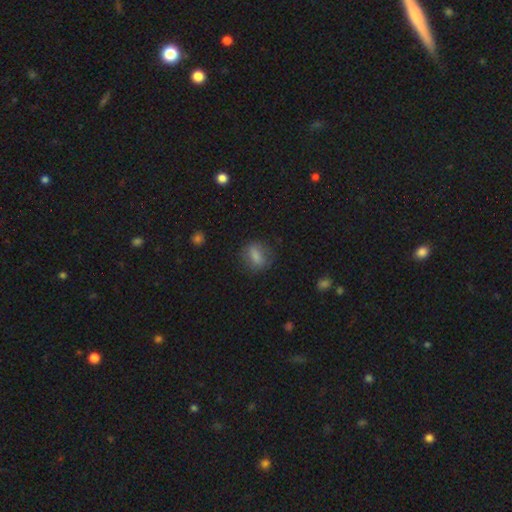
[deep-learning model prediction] This is likely a smooth galaxy (73%). How rounded: possibly in between (55%). Merging: likely none (73%).